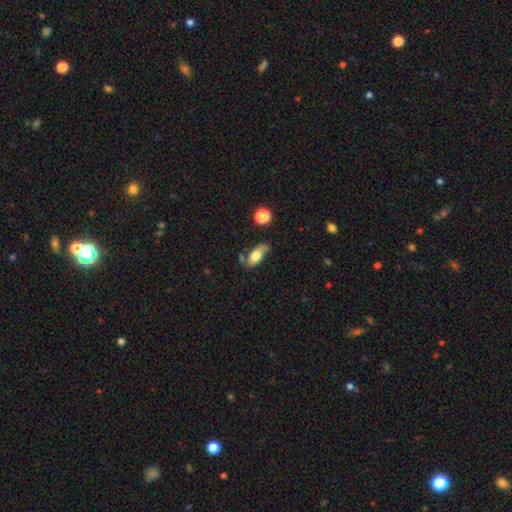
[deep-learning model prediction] smooth_or_featured: smooth (p=0.66) [alt: featured or disk p=0.26]
how_rounded: in between (p=0.82) [alt: cigar-shaped p=0.12]
merging: none (p=0.57) [alt: minor disturbance p=0.27]